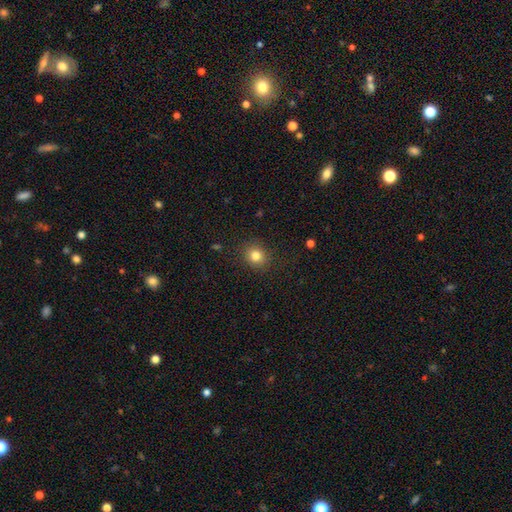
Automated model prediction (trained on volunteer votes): Smooth or featured? Predicted: smooth (p=0.82). How rounded? Predicted: round (p=0.81). Merging? Predicted: none (p=0.89).